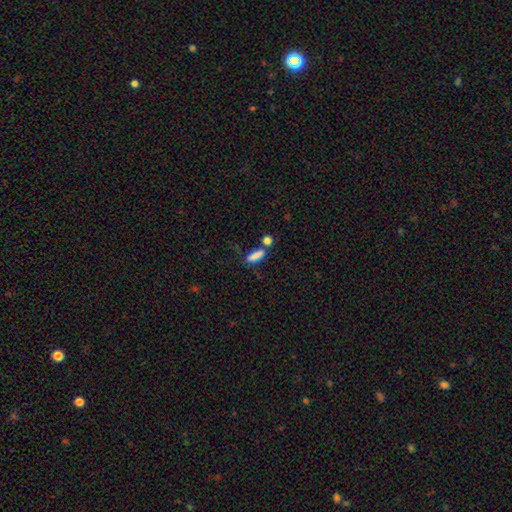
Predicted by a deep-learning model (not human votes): Q: Smooth or featured?
A: smooth (82%); runner-up: star or artifact (9%)
Q: How rounded?
A: cigar-shaped (49%); runner-up: in between (46%)
Q: Merging?
A: none (57%); runner-up: merger (23%)